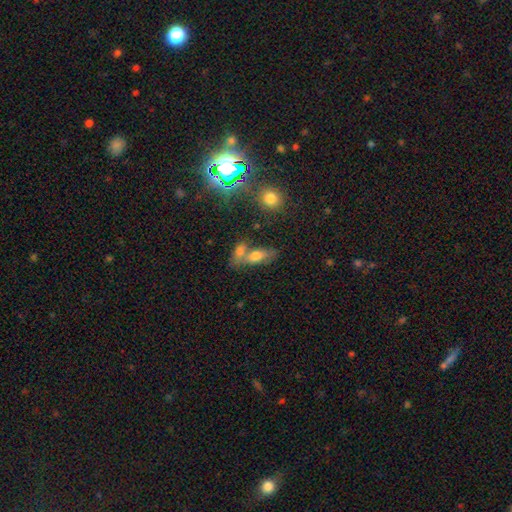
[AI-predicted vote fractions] Smooth or featured?
  - smooth: 67% *
  - featured or disk: 21%
  - star or artifact: 12%
How rounded?
  - in between: 73% *
  - cigar-shaped: 20%
  - round: 7%
Merging?
  - merger: 46% *
  - none: 38%
  - minor disturbance: 10%
  - major disturbance: 5%